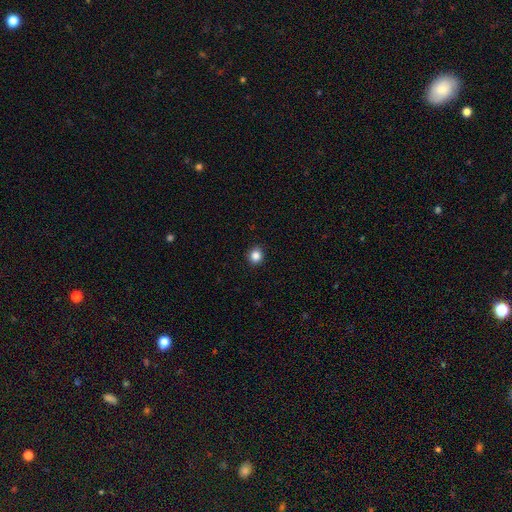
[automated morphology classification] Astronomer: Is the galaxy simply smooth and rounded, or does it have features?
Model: smooth — 86%.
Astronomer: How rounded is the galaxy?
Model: round — 83%.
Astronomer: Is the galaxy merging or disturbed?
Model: none — 92%.